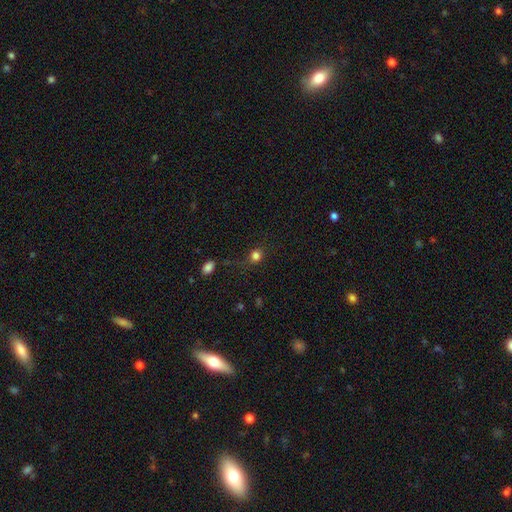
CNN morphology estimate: This appears to be a smooth galaxy with no disk features (79%) that is round (81%). Merging: none (73%).